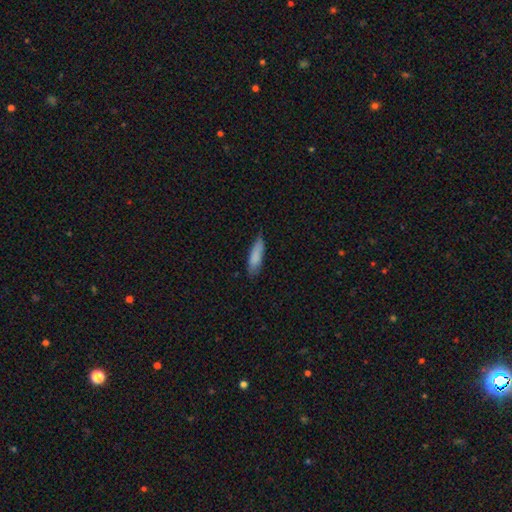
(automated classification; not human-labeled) Q: Smooth or featured?
A: smooth (84%); runner-up: featured or disk (10%)
Q: How rounded?
A: cigar-shaped (57%); runner-up: in between (41%)
Q: Merging?
A: none (74%); runner-up: minor disturbance (21%)